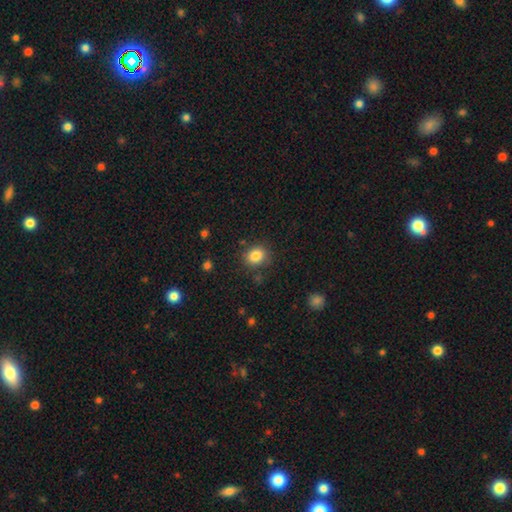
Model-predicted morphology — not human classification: This appears to be a smooth galaxy with no disk features (85%) that is round (65%). Merging: none (82%).